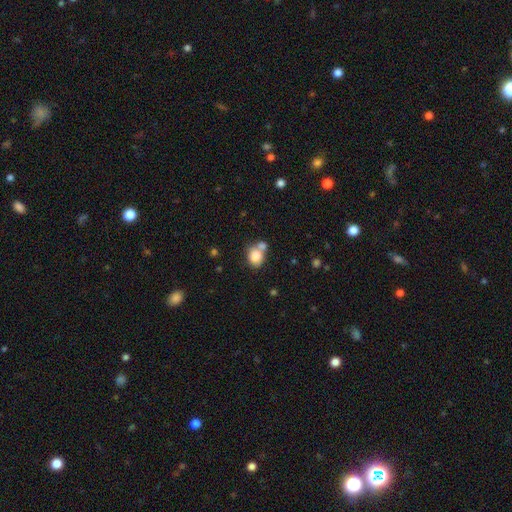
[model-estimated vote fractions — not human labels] A smooth galaxy with no disk features (83%) that is round (54%).

Vote fractions:
- Smooth or featured? smooth: 83% / star or artifact: 9% / featured or disk: 8%
- How rounded? round: 54% / in between: 45% / cigar-shaped: 1%
- Merging? none: 42% / merger: 41% / minor disturbance: 12% / major disturbance: 5%